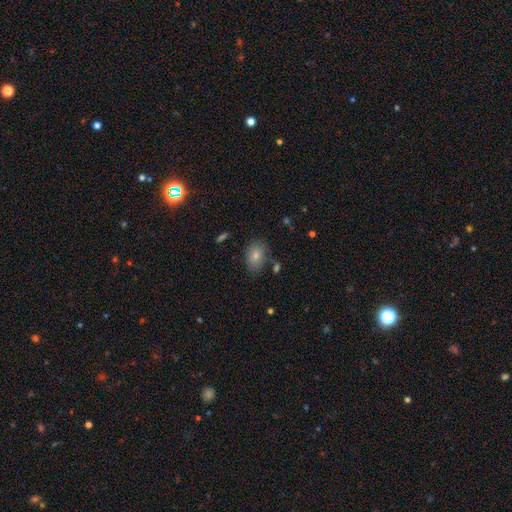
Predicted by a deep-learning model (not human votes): Smooth or featured? Predicted: smooth (p=0.77). How rounded? Predicted: in between (p=0.72). Merging? Predicted: none (p=0.75).